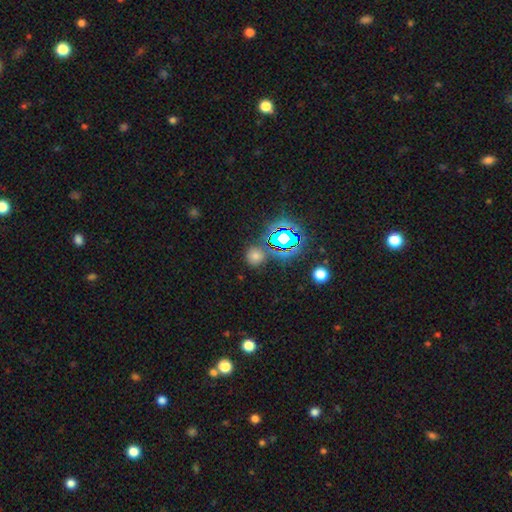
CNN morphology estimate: Overall: smooth (61%; star or artifact 32%). How rounded: round (89%). Merging: none (80%).